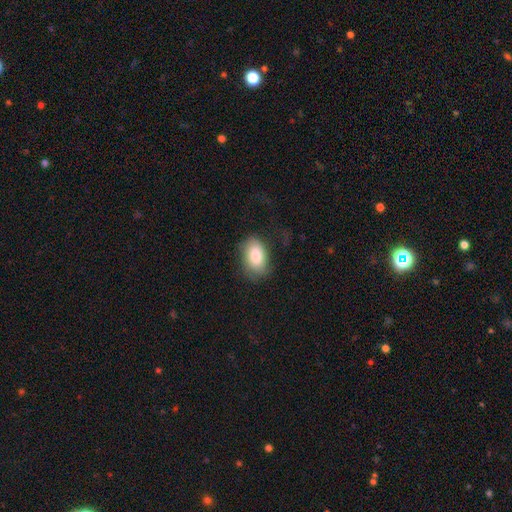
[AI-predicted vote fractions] A smooth galaxy with no disk features (81%) that is in between round and cigar-shaped (91%).

Vote fractions:
- Smooth or featured? smooth: 81% / featured or disk: 12% / star or artifact: 7%
- How rounded? in between: 91% / round: 8% / cigar-shaped: 2%
- Merging? none: 68% / minor disturbance: 21% / major disturbance: 10% / merger: 1%